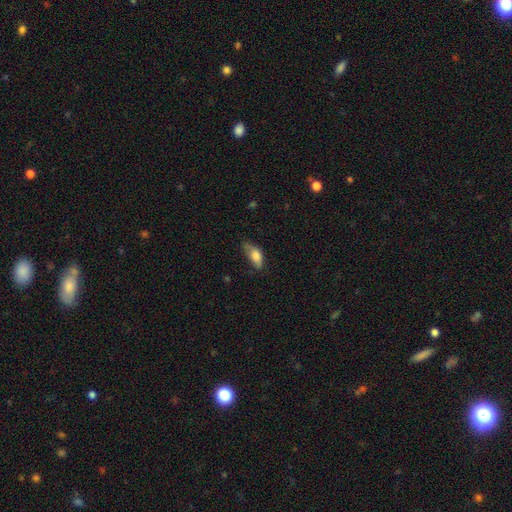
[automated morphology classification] Smooth or featured?
  - smooth: 74% *
  - featured or disk: 18%
  - star or artifact: 8%
How rounded?
  - in between: 84% *
  - cigar-shaped: 11%
  - round: 4%
Merging?
  - minor disturbance: 42% *
  - none: 36%
  - major disturbance: 19%
  - merger: 3%